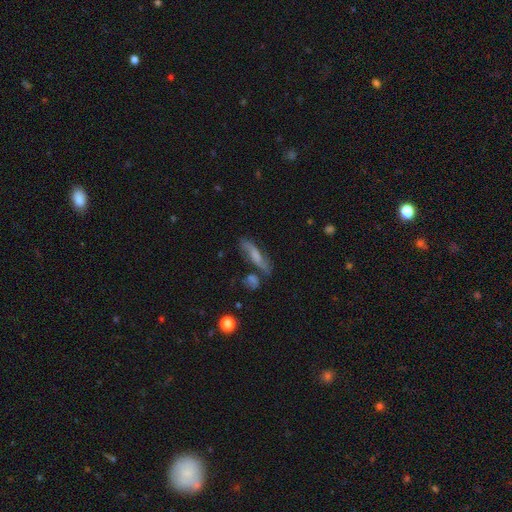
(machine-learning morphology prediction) featured or disk 46%, smooth 45%, star or artifact 9%. Down the decision tree: merging — none (65%).